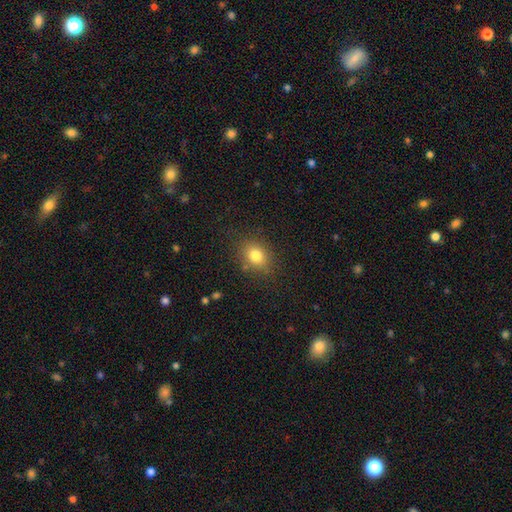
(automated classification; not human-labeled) Morphology: type=smooth (80%); roundness=in between (58%); merging=none (82%).